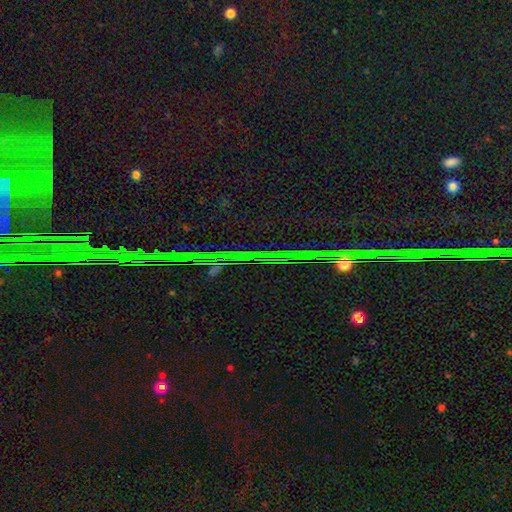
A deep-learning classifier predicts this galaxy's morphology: Overall: star or artifact (85%).